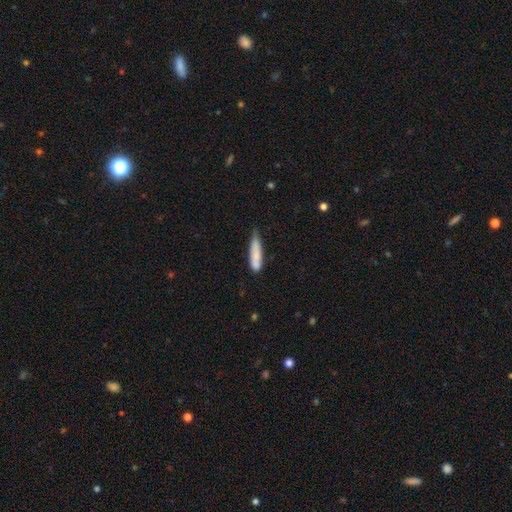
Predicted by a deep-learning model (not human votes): Q: Smooth or featured?
A: smooth (74%); runner-up: featured or disk (20%)
Q: How rounded?
A: cigar-shaped (76%); runner-up: in between (22%)
Q: Merging?
A: none (49%); runner-up: minor disturbance (34%)